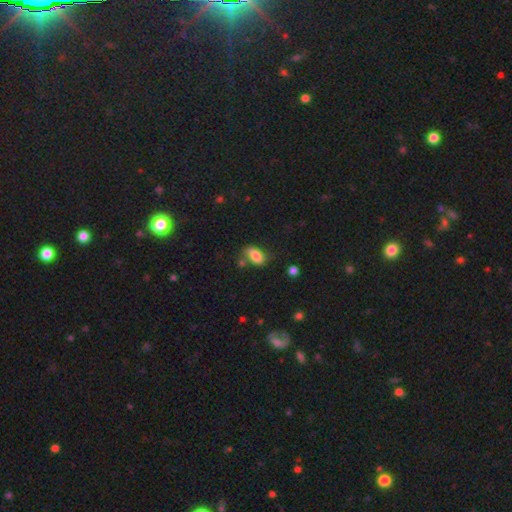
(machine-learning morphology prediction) A smooth galaxy with no disk features (77%) that is in between round and cigar-shaped (88%). Merging: none (55%).